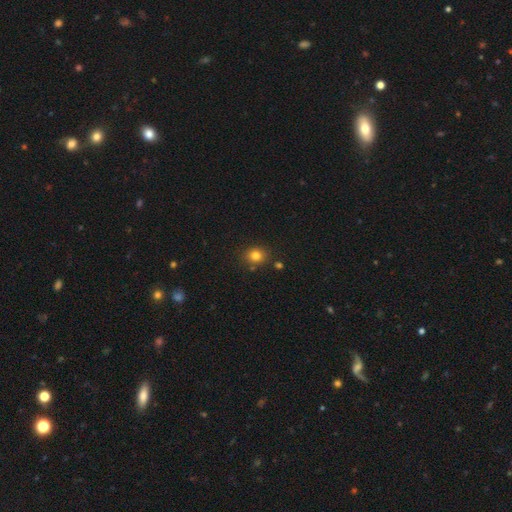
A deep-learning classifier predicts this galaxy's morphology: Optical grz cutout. It shows a smooth galaxy with no disk features (80%) that is round (74%). Merging: none (81%).